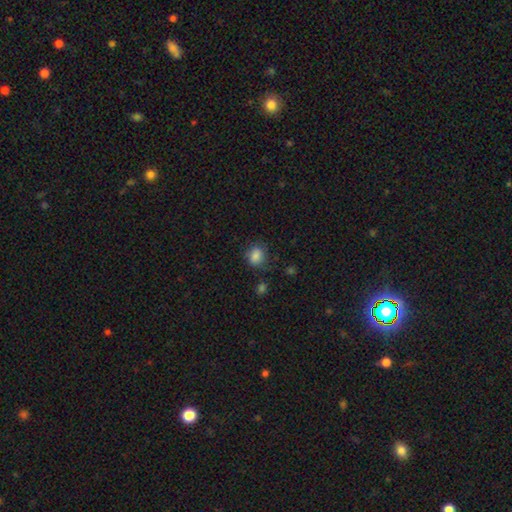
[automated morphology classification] The model was most divided on "how rounded": round: 58%, in between: 41%, cigar-shaped: 1%. More confident: smooth or featured — smooth (83%); merging — none (66%).